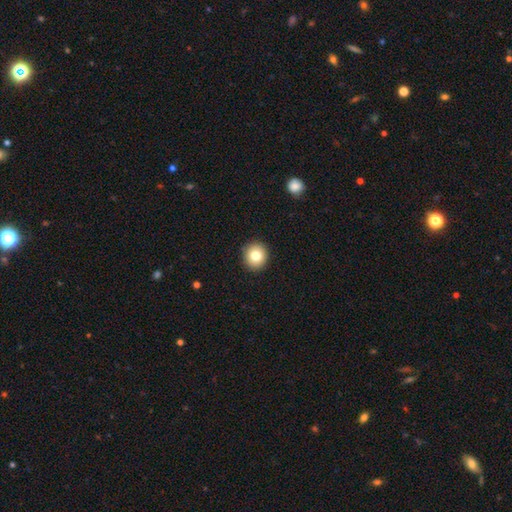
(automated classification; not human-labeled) smooth_or_featured: smooth (p=0.79) [alt: featured or disk p=0.11]
how_rounded: round (p=0.90) [alt: in between p=0.09]
merging: none (p=0.92) [alt: minor disturbance p=0.06]